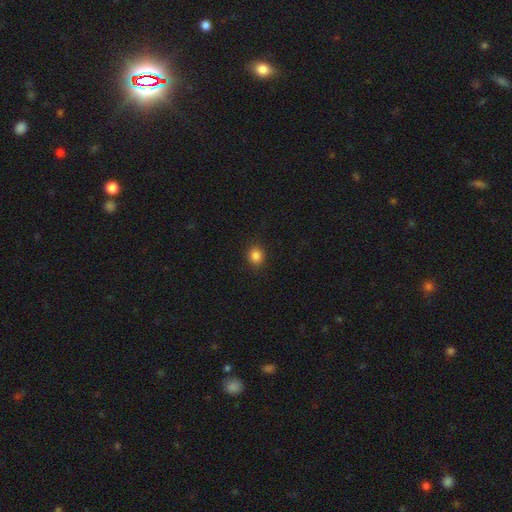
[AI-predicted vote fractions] smooth_or_featured: smooth (p=0.84) [alt: star or artifact p=0.12]
how_rounded: round (p=0.81) [alt: in between p=0.18]
merging: none (p=0.90) [alt: minor disturbance p=0.07]